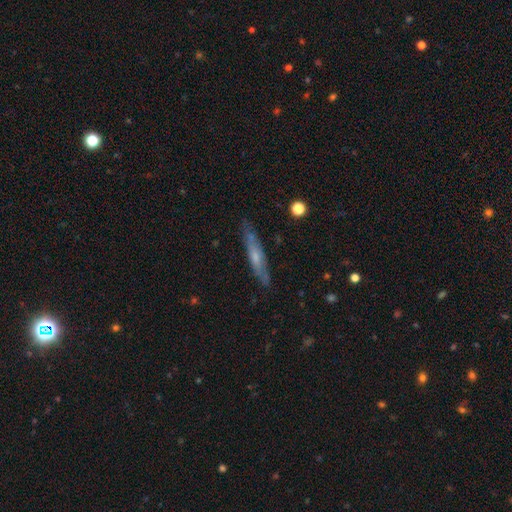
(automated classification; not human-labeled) A featured or disk galaxy (56%) viewed edge-on (83%). Merging: none (84%).